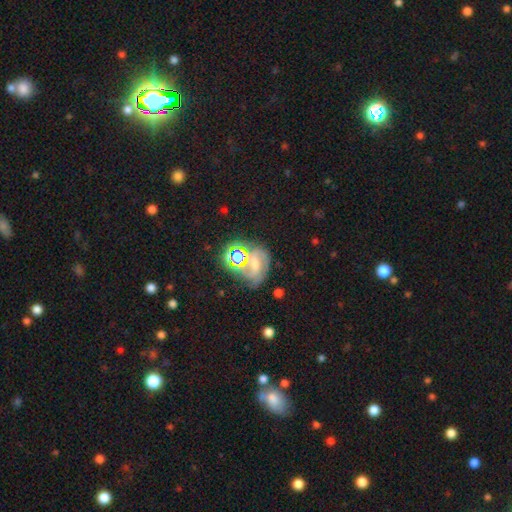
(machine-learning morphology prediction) The model was most divided on "smooth or featured": featured or disk: 38%, star or artifact: 37%, smooth: 25%. More confident: merging — none (52%).